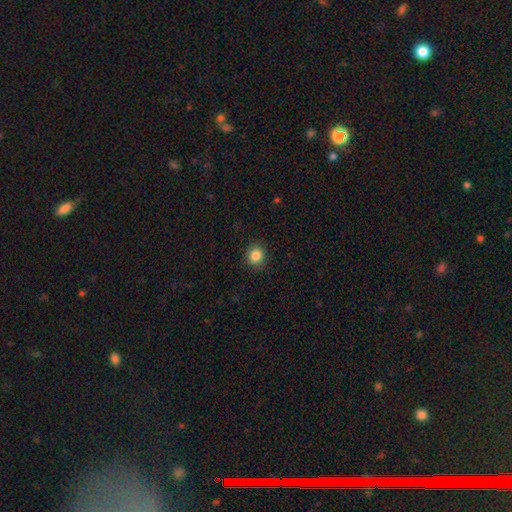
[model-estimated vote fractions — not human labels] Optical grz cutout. It shows a smooth galaxy with no disk features (86%) that is round (87%). Merging: none (89%).